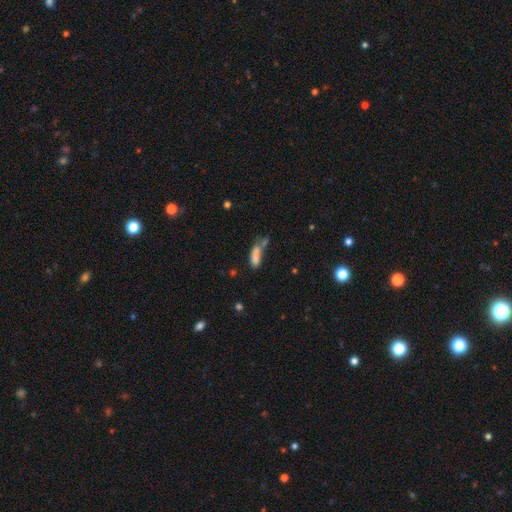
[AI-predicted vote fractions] Smooth or featured?
  - smooth: 79% *
  - star or artifact: 11%
  - featured or disk: 10%
How rounded?
  - in between: 58% *
  - cigar-shaped: 39%
  - round: 3%
Merging?
  - none: 33% *
  - merger: 31%
  - minor disturbance: 21%
  - major disturbance: 15%